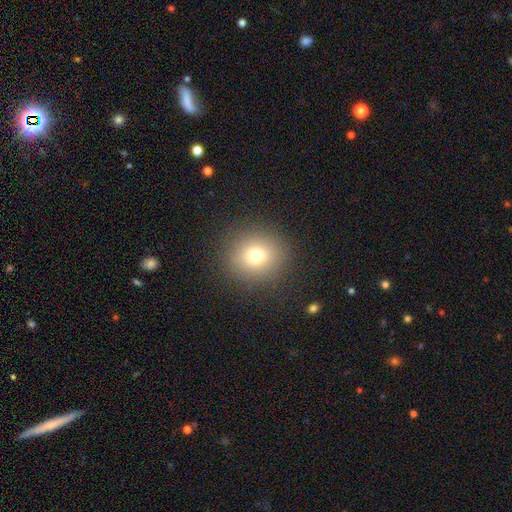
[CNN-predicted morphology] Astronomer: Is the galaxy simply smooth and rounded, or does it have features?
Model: smooth — 76%.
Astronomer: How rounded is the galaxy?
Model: round — 86%.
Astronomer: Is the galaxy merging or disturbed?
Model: none — 89%.